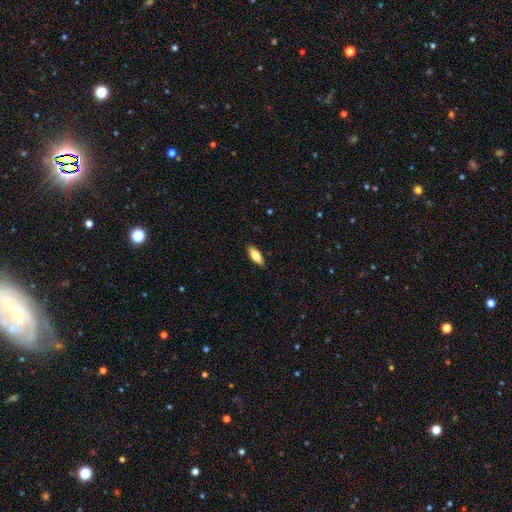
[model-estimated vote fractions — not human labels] Smooth or featured? smooth (75%)
How rounded? in between (74%)
Merging? none (89%)